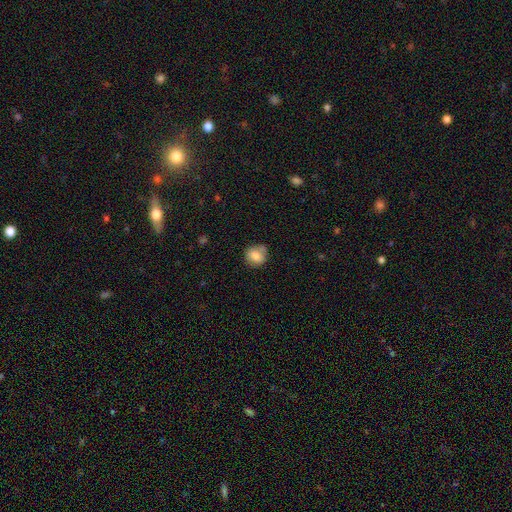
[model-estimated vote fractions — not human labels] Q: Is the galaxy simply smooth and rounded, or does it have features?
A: smooth — 78%.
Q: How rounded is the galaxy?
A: round — 83%.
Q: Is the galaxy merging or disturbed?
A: none — 71%.